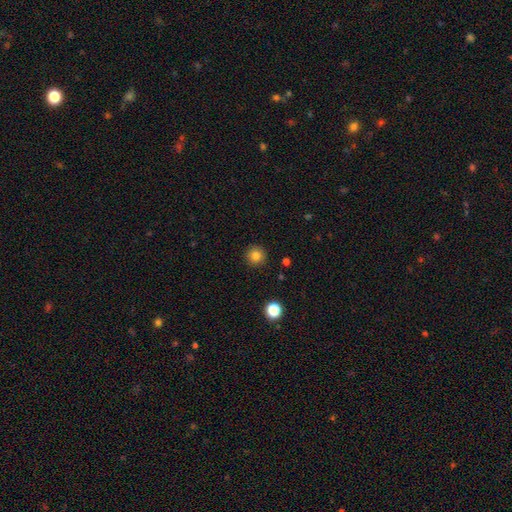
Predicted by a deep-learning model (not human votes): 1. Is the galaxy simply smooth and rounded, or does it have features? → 82% smooth, 12% star or artifact, 6% featured or disk.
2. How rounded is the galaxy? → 95% round, 4% in between, 1% cigar-shaped.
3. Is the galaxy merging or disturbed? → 91% none, 6% minor disturbance, 2% major disturbance, 1% merger.